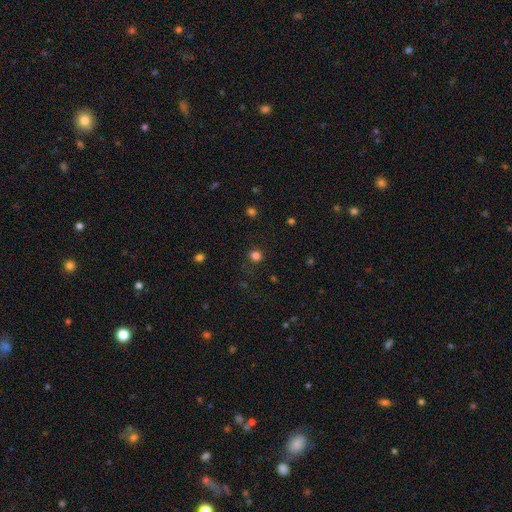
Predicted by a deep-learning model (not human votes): Smooth or featured? Predicted: smooth (p=0.81). How rounded? Predicted: round (p=0.86). Merging? Predicted: none (p=0.87).